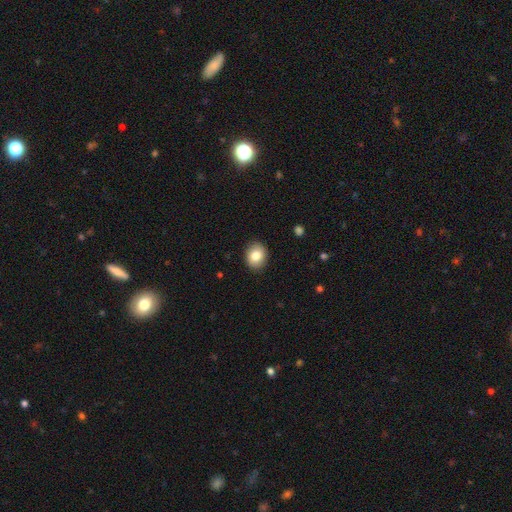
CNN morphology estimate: The model was most divided on "how rounded": round: 51%, in between: 48%, cigar-shaped: 1%. More confident: merging — none (89%); smooth or featured — smooth (83%).